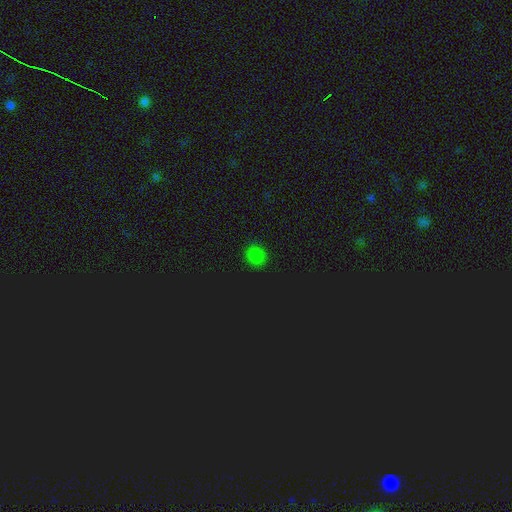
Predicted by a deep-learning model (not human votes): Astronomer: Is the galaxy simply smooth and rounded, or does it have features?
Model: smooth — 76%.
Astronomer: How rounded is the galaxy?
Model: round — 78%.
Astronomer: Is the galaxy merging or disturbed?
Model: none — 89%.